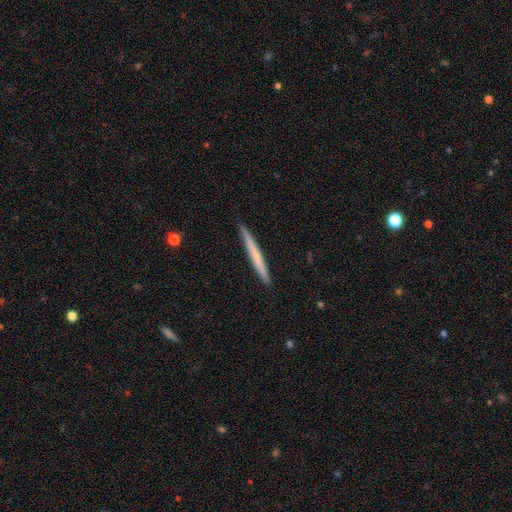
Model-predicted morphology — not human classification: This appears to be a smooth galaxy with no disk features (60%) that is cigar-shaped (97%). Merging: none (92%).